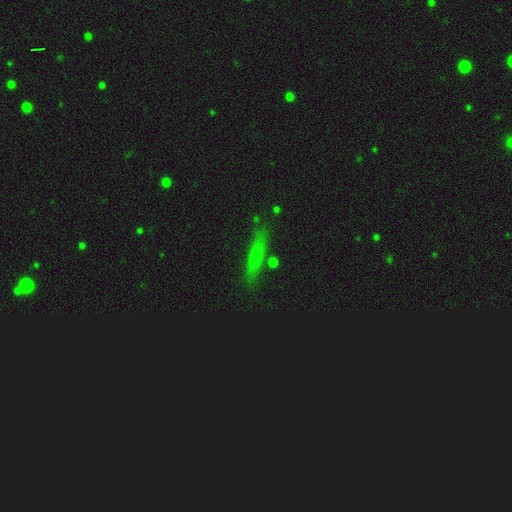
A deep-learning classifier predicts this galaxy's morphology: The model was most divided on "smooth or featured": smooth: 58%, featured or disk: 24%, star or artifact: 18%. More confident: how rounded — cigar-shaped (83%); merging — none (81%).